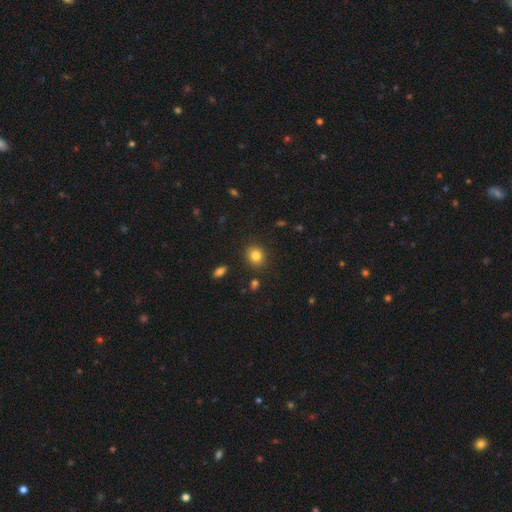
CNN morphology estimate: A smooth galaxy with no disk features (83%) that is round (73%).

Vote fractions:
- Smooth or featured? smooth: 83% / star or artifact: 10% / featured or disk: 7%
- How rounded? round: 73% / in between: 26% / cigar-shaped: 1%
- Merging? none: 87% / minor disturbance: 8% / major disturbance: 2% / merger: 2%